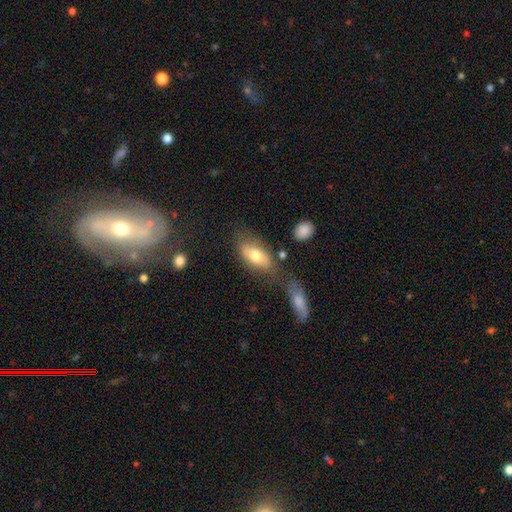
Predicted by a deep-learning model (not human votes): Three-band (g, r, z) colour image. It shows a smooth galaxy with no disk features (70%) that is in between round and cigar-shaped (85%). Merging: none (62%).